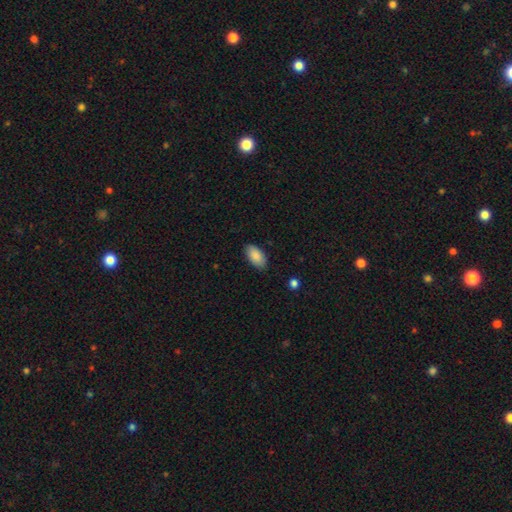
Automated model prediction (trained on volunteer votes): smooth-or-featured: smooth: 87% | star or artifact: 7% | featured or disk: 6%
  how-rounded: in between: 94% | cigar-shaped: 3% | round: 3%
  merging: none: 85% | minor disturbance: 12% | major disturbance: 2% | merger: 1%